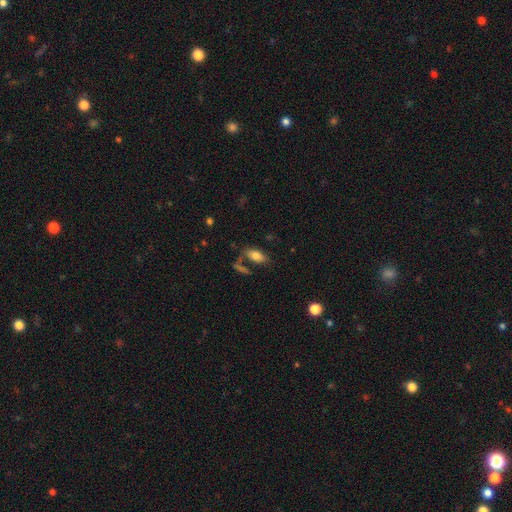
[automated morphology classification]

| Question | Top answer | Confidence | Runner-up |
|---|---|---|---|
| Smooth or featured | smooth | 76% | featured or disk (15%) |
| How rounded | in between | 87% | cigar-shaped (9%) |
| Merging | none | 62% | merger (17%) |